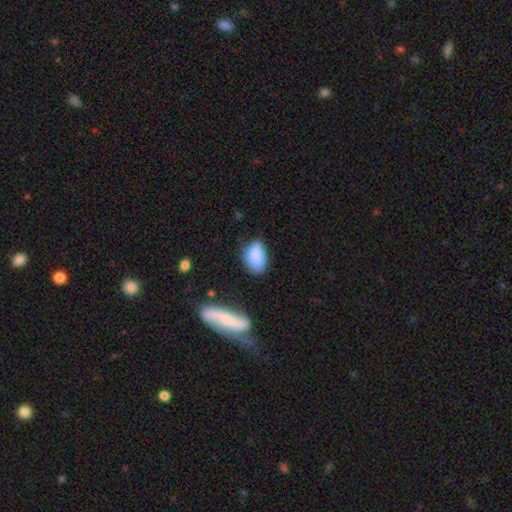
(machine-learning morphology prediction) A smooth galaxy with no disk features (86%) that is in between round and cigar-shaped (90%). Merging: none (64%).